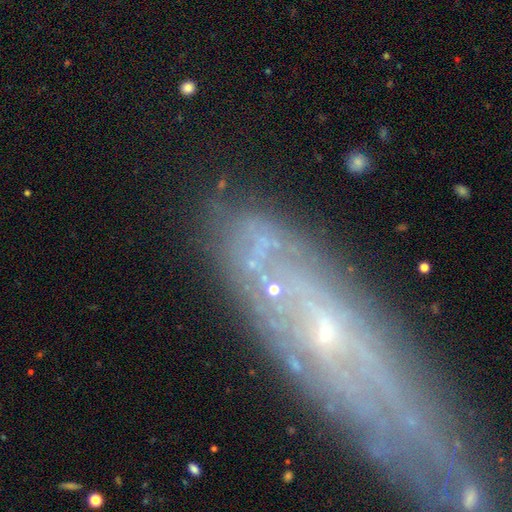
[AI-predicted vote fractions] Smooth or featured: featured or disk — 57% (smooth — 22%)
Edge-on disk: no — 86% (yes — 14%)
Merging: none — 65% (minor disturbance — 19%)